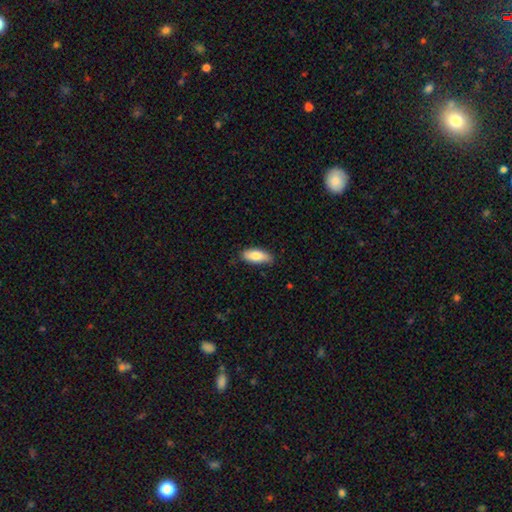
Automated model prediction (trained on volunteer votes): The model was most divided on "merging": none: 80%, minor disturbance: 17%, major disturbance: 2%, merger: 1%. More confident: how rounded — in between (81%); smooth or featured — smooth (80%).